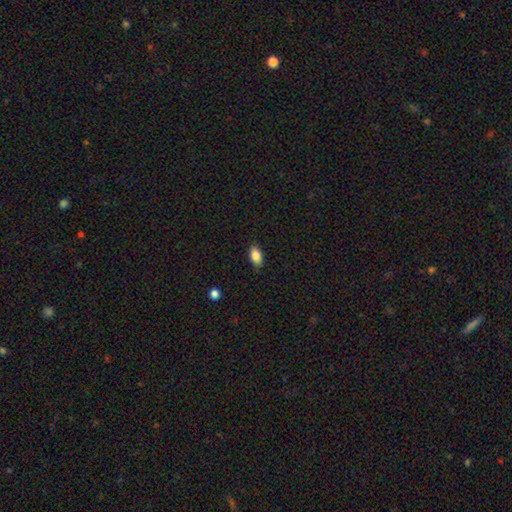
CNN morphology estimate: Smooth or featured? Predicted: smooth (p=0.84). How rounded? Predicted: in between (p=0.89). Merging? Predicted: none (p=0.85).